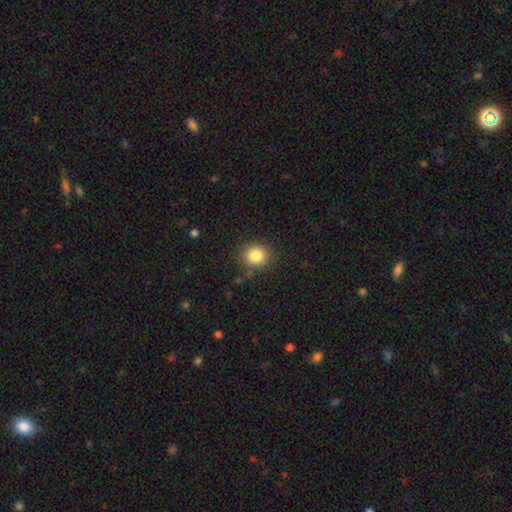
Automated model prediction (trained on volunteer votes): smooth_or_featured: smooth (p=0.84) [alt: star or artifact p=0.10]
how_rounded: round (p=0.80) [alt: in between p=0.19]
merging: none (p=0.85) [alt: minor disturbance p=0.10]